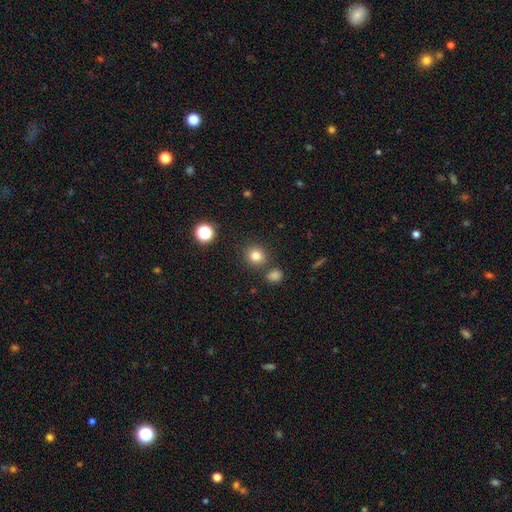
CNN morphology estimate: The model was most divided on "smooth or featured": smooth: 80%, star or artifact: 14%, featured or disk: 6%. More confident: how rounded — round (89%); merging — none (83%).